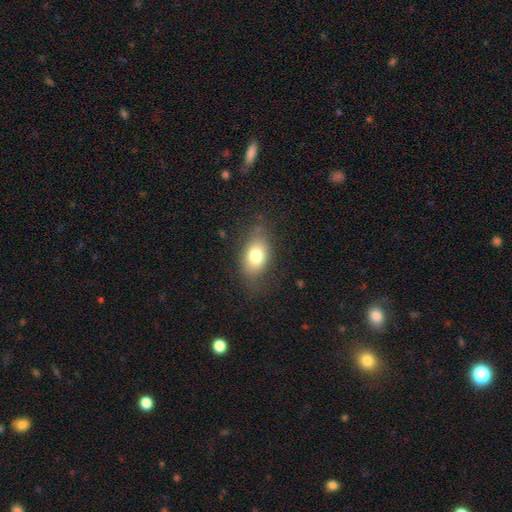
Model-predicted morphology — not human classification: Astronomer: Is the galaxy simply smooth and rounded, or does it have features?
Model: smooth — 76%.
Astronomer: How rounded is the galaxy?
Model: in between — 84%.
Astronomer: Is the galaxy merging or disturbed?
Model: none — 74%.